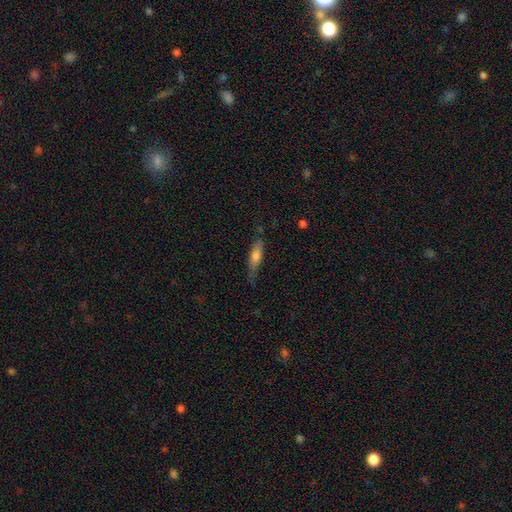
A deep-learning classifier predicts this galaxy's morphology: Smooth or featured: smooth — 64% (featured or disk — 29%)
How rounded: cigar-shaped — 64% (in between — 34%)
Merging: none — 63% (minor disturbance — 27%)